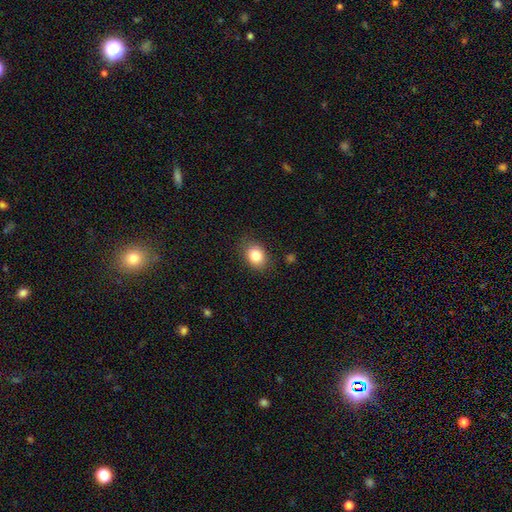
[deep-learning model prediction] A smooth galaxy with no disk features (83%) that is in between round and cigar-shaped (59%).

Vote fractions:
- Smooth or featured? smooth: 83% / star or artifact: 9% / featured or disk: 7%
- How rounded? in between: 59% / round: 40% / cigar-shaped: 1%
- Merging? none: 82% / minor disturbance: 13% / major disturbance: 3% / merger: 1%